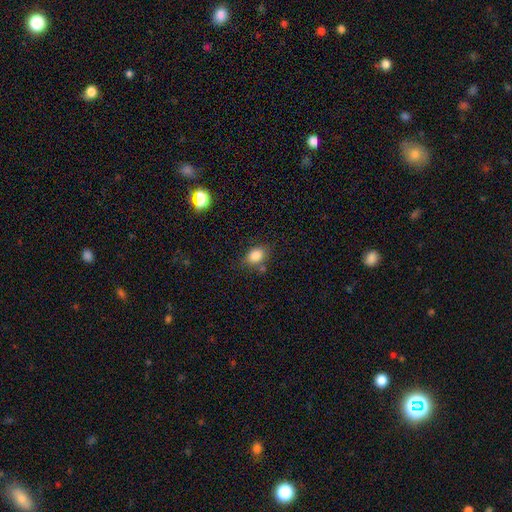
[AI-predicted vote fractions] Smooth or featured? smooth (84%)
How rounded? in between (73%)
Merging? none (71%)